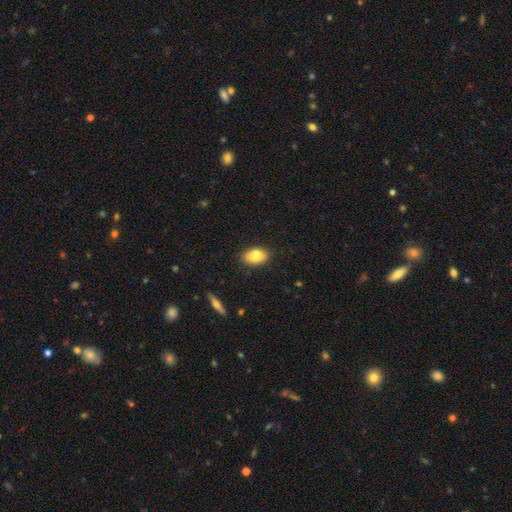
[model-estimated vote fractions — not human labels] Morphology: type=smooth (81%); roundness=in between (88%); merging=none (76%).